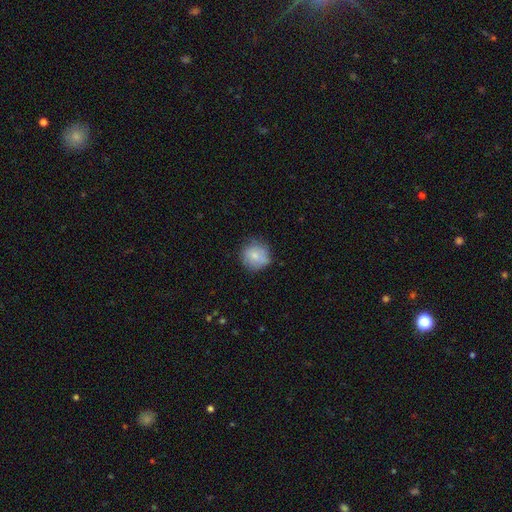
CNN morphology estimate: Overall: smooth (76%). How rounded: round (87%). Merging: none (72%).